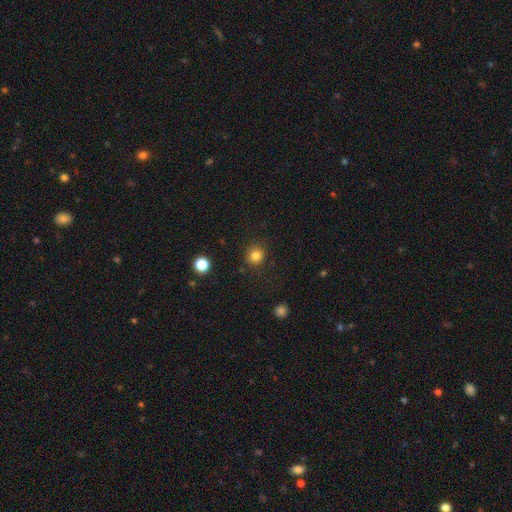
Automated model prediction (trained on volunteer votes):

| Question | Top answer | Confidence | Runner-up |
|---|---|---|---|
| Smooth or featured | smooth | 83% | star or artifact (12%) |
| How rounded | round | 90% | in between (9%) |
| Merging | none | 88% | minor disturbance (8%) |